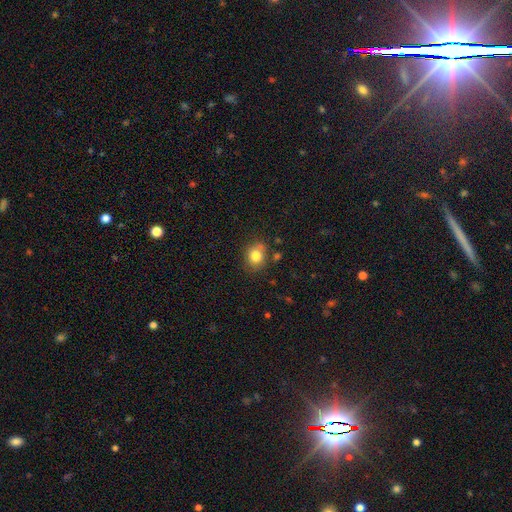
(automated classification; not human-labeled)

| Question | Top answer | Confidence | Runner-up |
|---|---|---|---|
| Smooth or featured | smooth | 81% | star or artifact (10%) |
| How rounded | round | 56% | in between (43%) |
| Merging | none | 73% | minor disturbance (18%) |